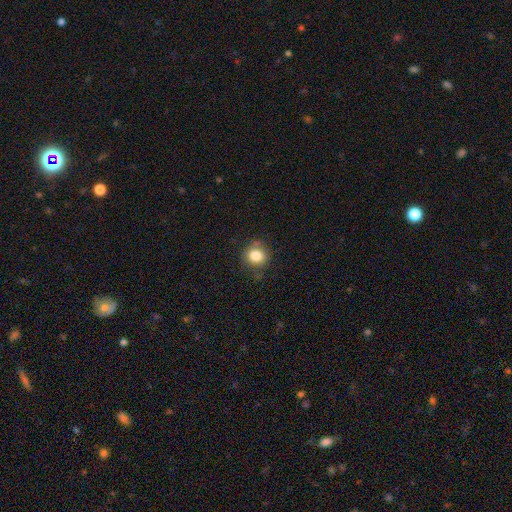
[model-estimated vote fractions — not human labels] Smooth or featured? smooth (83%)
How rounded? round (77%)
Merging? none (77%)